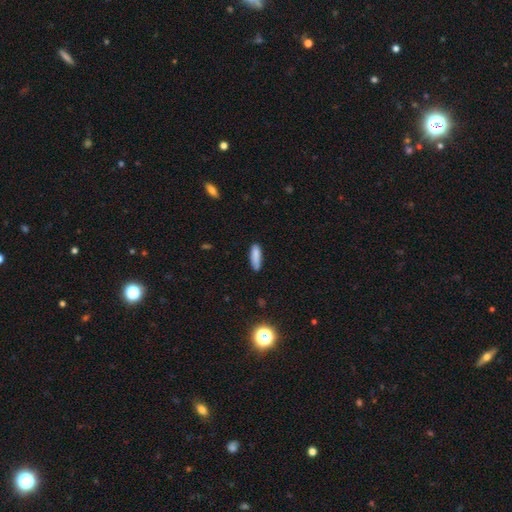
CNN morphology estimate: Q: Smooth or featured?
A: smooth (85%); runner-up: star or artifact (8%)
Q: How rounded?
A: cigar-shaped (57%); runner-up: in between (41%)
Q: Merging?
A: none (77%); runner-up: minor disturbance (18%)